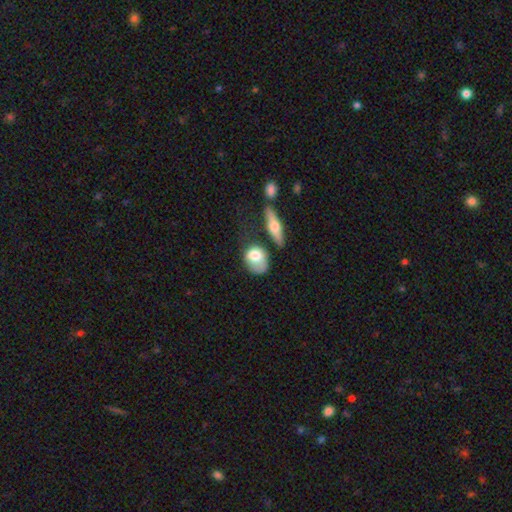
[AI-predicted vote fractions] Overall: smooth (69%). How rounded: in between (59%; round 38%). Merging: none (36%; minor disturbance 30%).